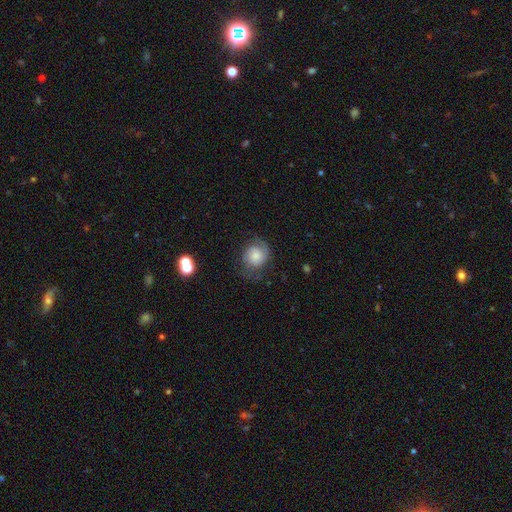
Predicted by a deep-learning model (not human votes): Smooth or featured?
  - featured or disk: 46% *
  - smooth: 45%
  - star or artifact: 9%
Merging?
  - none: 60% *
  - minor disturbance: 23%
  - major disturbance: 15%
  - merger: 2%